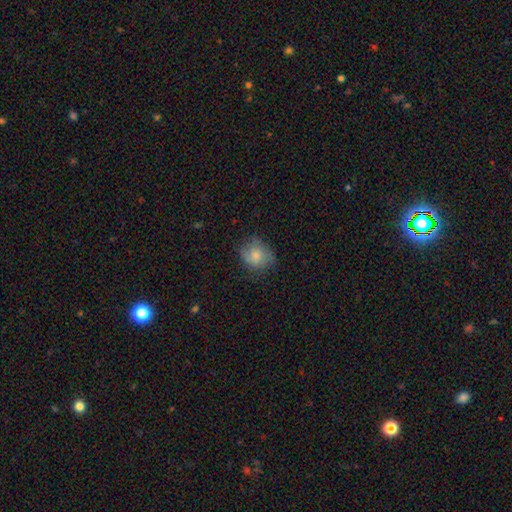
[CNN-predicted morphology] Smooth or featured? Predicted: smooth (p=0.71). How rounded? Predicted: round (p=0.65). Merging? Predicted: none (p=0.64).